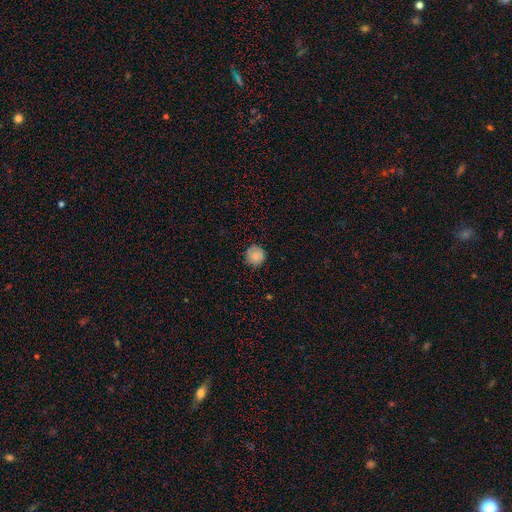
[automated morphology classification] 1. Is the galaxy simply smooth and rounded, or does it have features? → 79% smooth, 11% featured or disk, 10% star or artifact.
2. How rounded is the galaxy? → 92% round, 7% in between, 1% cigar-shaped.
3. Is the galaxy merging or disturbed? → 84% none, 13% minor disturbance, 3% major disturbance, 1% merger.